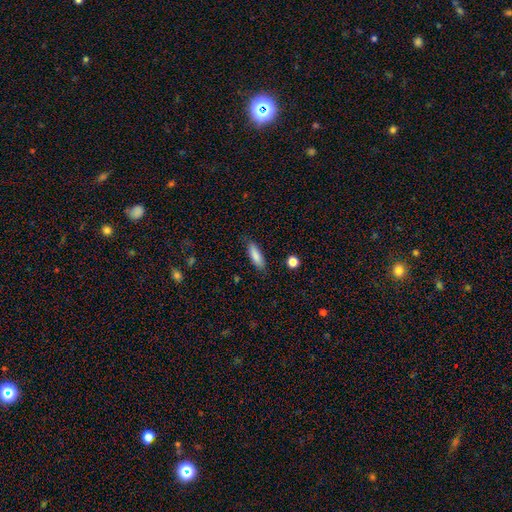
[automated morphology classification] A smooth galaxy with no disk features (85%) that is in between round and cigar-shaped (51%).

Vote fractions:
- Smooth or featured? smooth: 85% / featured or disk: 8% / star or artifact: 6%
- How rounded? in between: 51% / cigar-shaped: 48% / round: 2%
- Merging? none: 83% / minor disturbance: 13% / major disturbance: 3% / merger: 1%